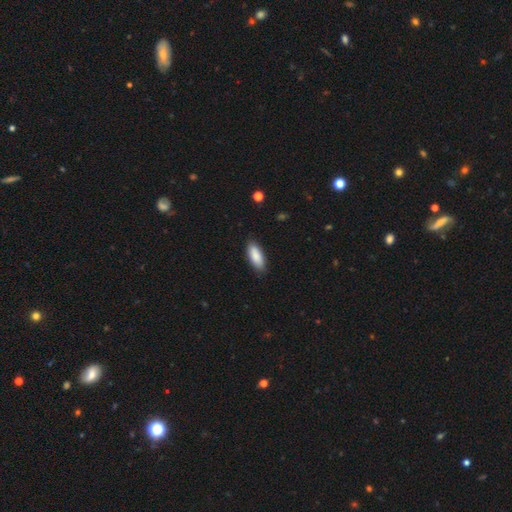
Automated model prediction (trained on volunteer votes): A smooth galaxy with no disk features (88%) that is in between round and cigar-shaped (78%). Merging: none (85%).